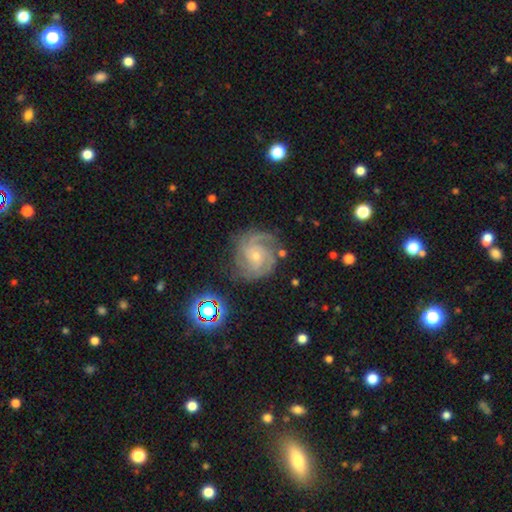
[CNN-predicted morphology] Q: Smooth or featured?
A: featured or disk (85%); runner-up: star or artifact (9%)
Q: Edge-on disk?
A: no (98%); runner-up: yes (2%)
Q: Bar?
A: no (67%); runner-up: weak (26%)
Q: Spiral arms?
A: yes (98%); runner-up: no (2%)
Q: Spiral winding?
A: tight (61%); runner-up: medium (34%)
Q: Spiral arm count?
A: 3 (41%); runner-up: 2 (24%)
Q: Bulge size?
A: small (70%); runner-up: moderate (26%)
Q: Merging?
A: none (73%); runner-up: minor disturbance (18%)